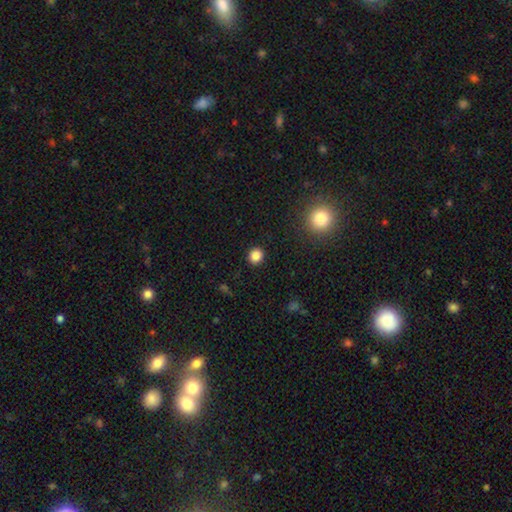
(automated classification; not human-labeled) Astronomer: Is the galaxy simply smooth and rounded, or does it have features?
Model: smooth — 84%.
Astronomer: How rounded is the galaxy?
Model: round — 87%.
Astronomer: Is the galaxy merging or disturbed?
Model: none — 91%.